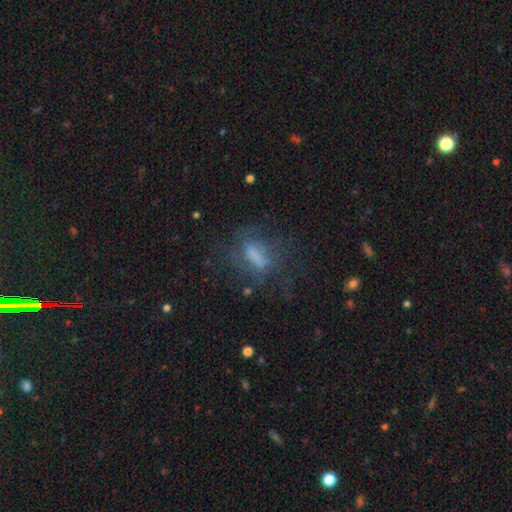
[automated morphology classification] Smooth or featured: smooth — 51% (featured or disk — 34%)
How rounded: in between — 59% (cigar-shaped — 32%)
Merging: none — 49% (major disturbance — 27%)